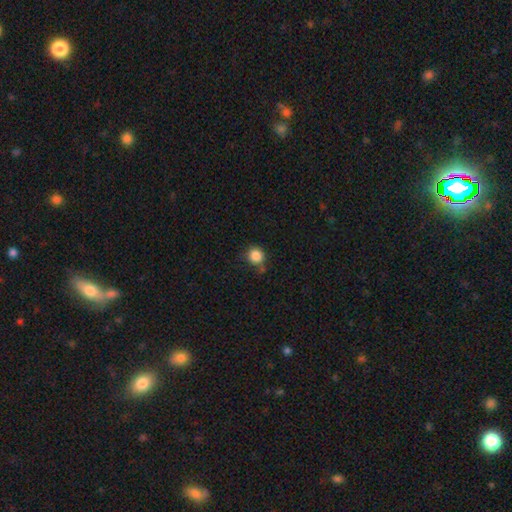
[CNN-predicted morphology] This is clearly a smooth galaxy (86%). How rounded: clearly round (91%). Merging: likely none (72%).